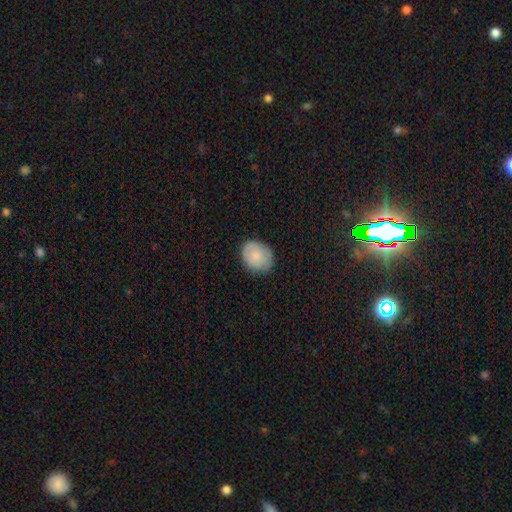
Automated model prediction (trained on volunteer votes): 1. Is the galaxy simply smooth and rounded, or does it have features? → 80% smooth, 13% featured or disk, 7% star or artifact.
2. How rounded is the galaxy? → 54% round, 45% in between, 1% cigar-shaped.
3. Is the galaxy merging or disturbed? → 82% none, 14% minor disturbance, 3% major disturbance, 1% merger.